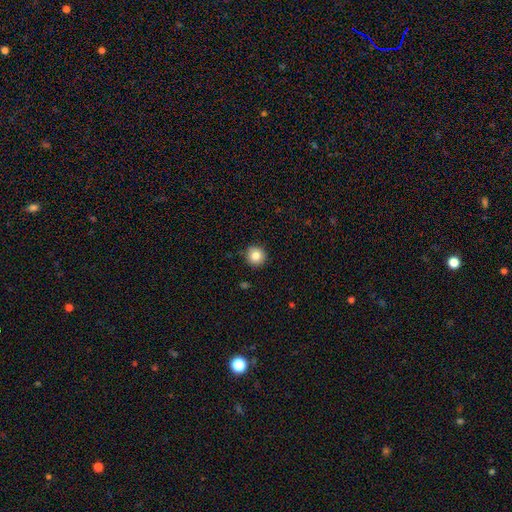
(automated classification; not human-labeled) Smooth or featured? smooth (84%)
How rounded? round (94%)
Merging? none (89%)